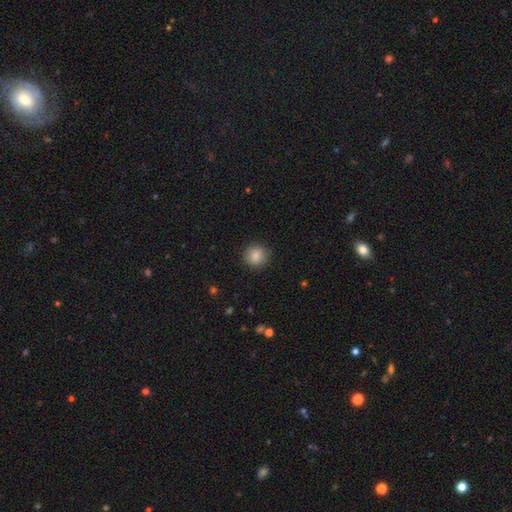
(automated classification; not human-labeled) Smooth or featured?
  - smooth: 87% *
  - star or artifact: 9%
  - featured or disk: 4%
How rounded?
  - round: 91% *
  - in between: 9%
  - cigar-shaped: 1%
Merging?
  - none: 90% *
  - minor disturbance: 7%
  - major disturbance: 2%
  - merger: 1%